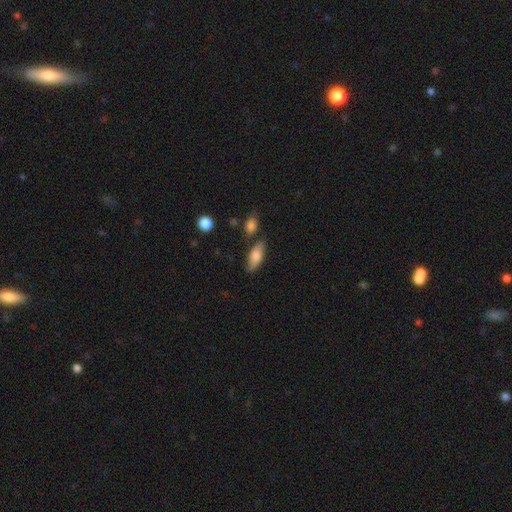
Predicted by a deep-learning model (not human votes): Smooth or featured?
  - smooth: 71% *
  - featured or disk: 23%
  - star or artifact: 7%
How rounded?
  - in between: 76% *
  - cigar-shaped: 20%
  - round: 4%
Merging?
  - none: 70% *
  - minor disturbance: 18%
  - merger: 7%
  - major disturbance: 4%